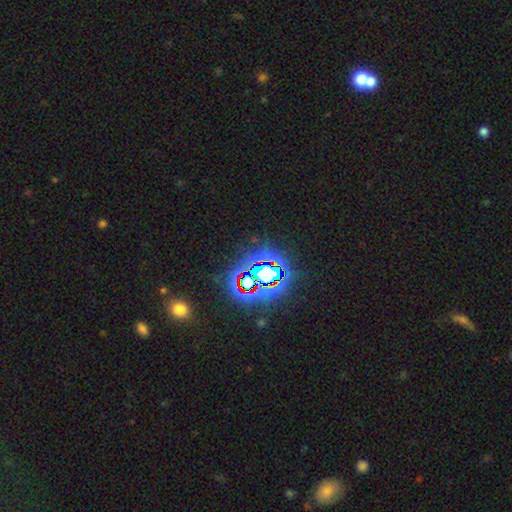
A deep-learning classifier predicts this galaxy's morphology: Smooth or featured?
  - star or artifact: 81% *
  - smooth: 11%
  - featured or disk: 9%